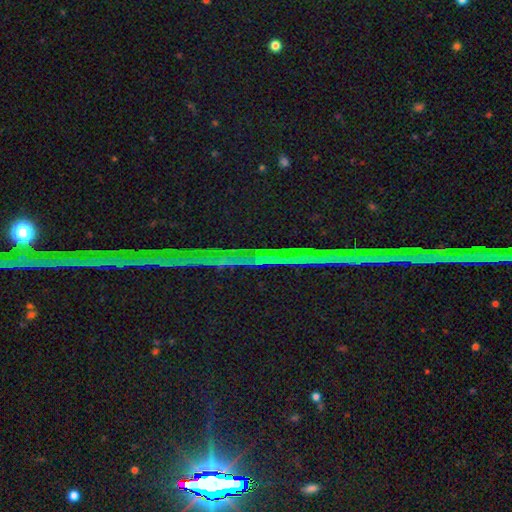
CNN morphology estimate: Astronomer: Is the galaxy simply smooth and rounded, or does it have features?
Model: star or artifact — 87%.